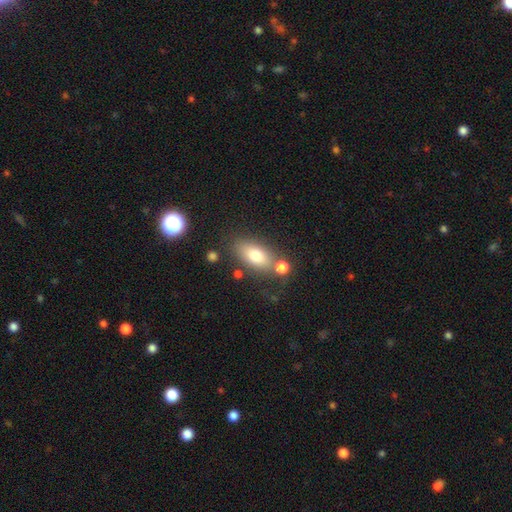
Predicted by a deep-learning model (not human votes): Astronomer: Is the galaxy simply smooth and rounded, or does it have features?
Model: smooth — 76%.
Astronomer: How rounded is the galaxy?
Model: in between — 83%.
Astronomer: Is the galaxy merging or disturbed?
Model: none — 68%.